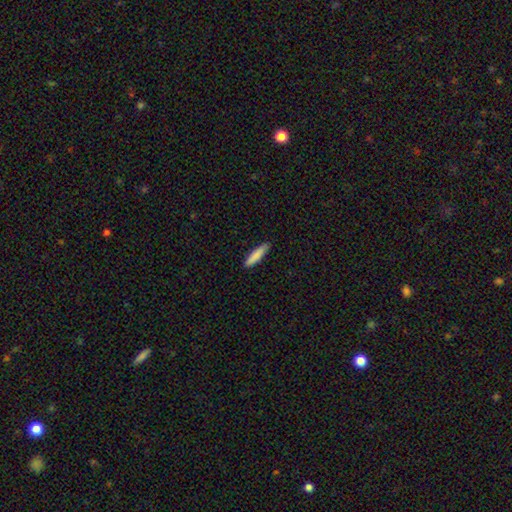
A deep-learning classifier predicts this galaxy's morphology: Smooth or featured?
  - smooth: 84% *
  - featured or disk: 10%
  - star or artifact: 6%
How rounded?
  - cigar-shaped: 85% *
  - in between: 14%
  - round: 1%
Merging?
  - none: 89% *
  - minor disturbance: 9%
  - major disturbance: 2%
  - merger: 1%